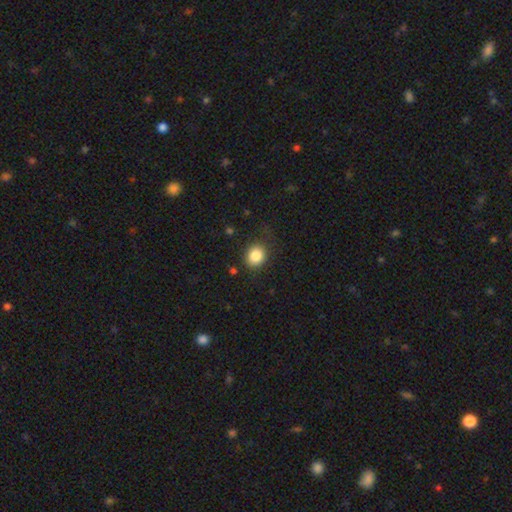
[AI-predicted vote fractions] A smooth galaxy with no disk features (85%) that is round (70%).

Vote fractions:
- Smooth or featured? smooth: 85% / star or artifact: 10% / featured or disk: 5%
- How rounded? round: 70% / in between: 29% / cigar-shaped: 1%
- Merging? none: 80% / minor disturbance: 13% / major disturbance: 5% / merger: 2%